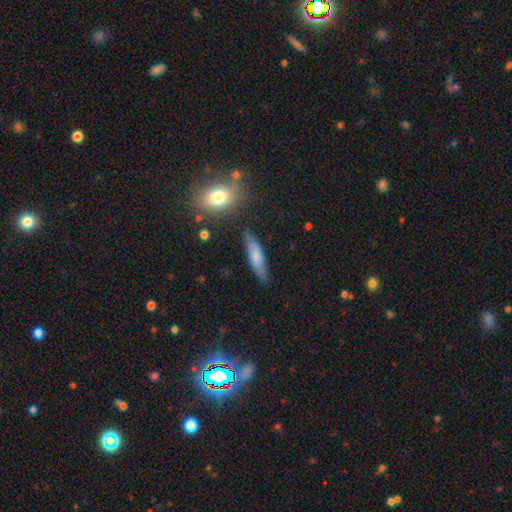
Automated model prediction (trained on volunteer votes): This appears to be a smooth galaxy with no disk features (66%) that is cigar-shaped (77%). Merging: none (82%).